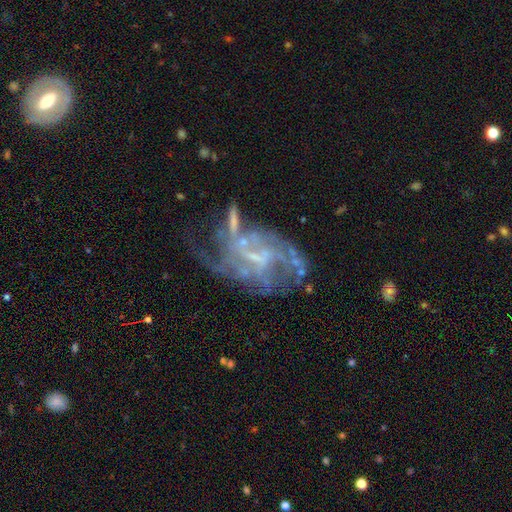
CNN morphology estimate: This appears to be a featured or disk galaxy (79%) with no bar (49%), medium (40%) spiral arms (69%) and a small central bulge (43%). Merging: major disturbance (34%, tied with none).